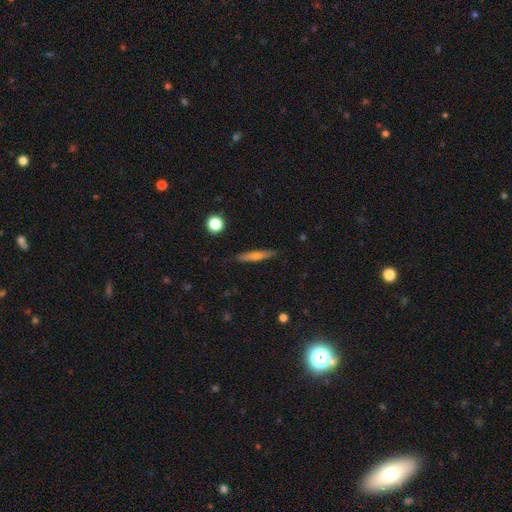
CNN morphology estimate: A featured or disk galaxy (49%). Merging: none (89%).